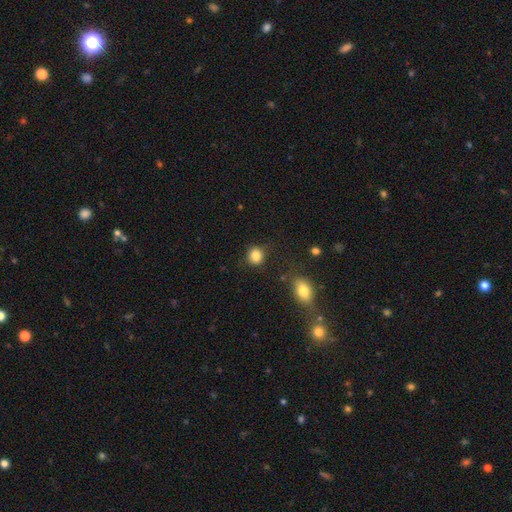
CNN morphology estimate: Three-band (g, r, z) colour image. It shows a smooth galaxy with no disk features (86%) that is round (77%). Merging: none (81%).